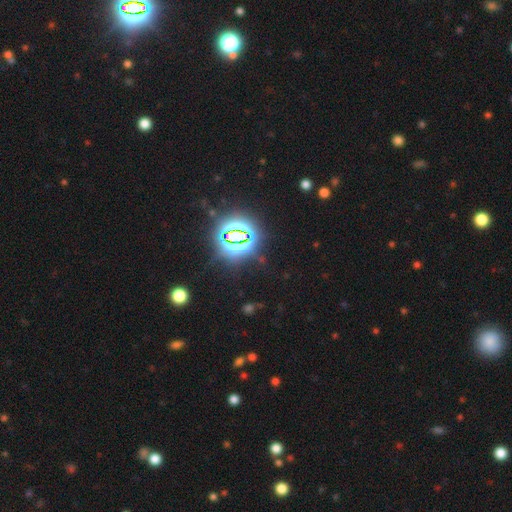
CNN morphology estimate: This appears to be a star or artifact, not a galaxy (85%).